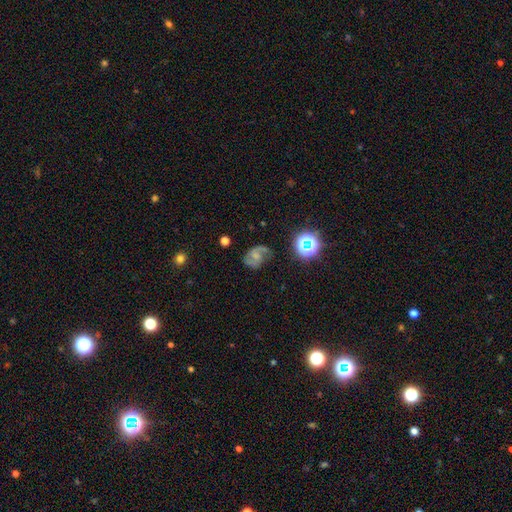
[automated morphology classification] Smooth or featured?
  - featured or disk: 57% *
  - smooth: 28%
  - star or artifact: 15%
Edge-on disk?
  - no: 97% *
  - yes: 3%
Bar?
  - no: 55% *
  - weak: 36%
  - strong: 9%
Spiral arms?
  - yes: 85% *
  - no: 15%
Bulge size?
  - small: 42% *
  - moderate: 29%
  - none: 22%
  - large: 4%
  - dominant: 2%
Merging?
  - none: 52% *
  - minor disturbance: 26%
  - major disturbance: 18%
  - merger: 3%